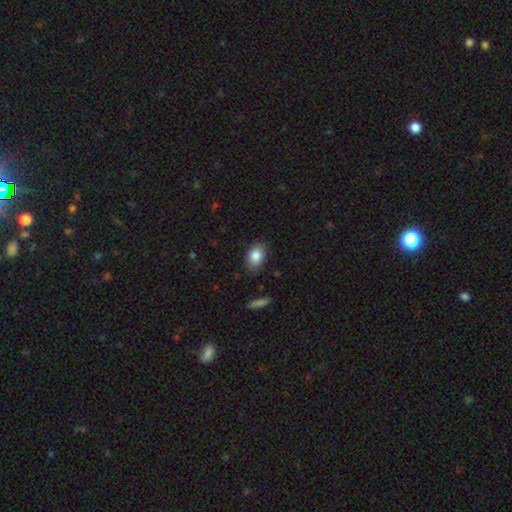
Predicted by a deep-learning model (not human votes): Overall: smooth (85%). How rounded: in between (84%). Merging: none (84%).